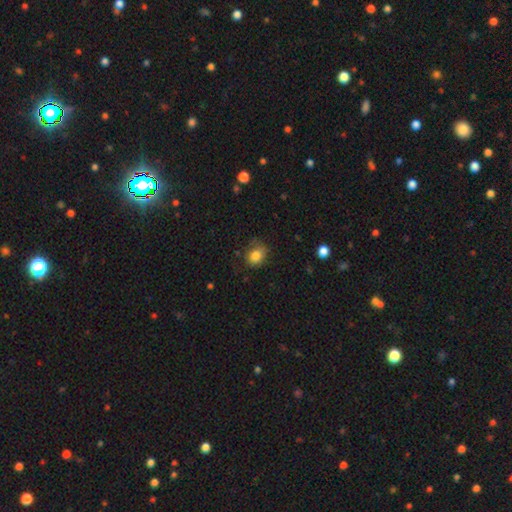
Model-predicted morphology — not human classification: Smooth or featured? Predicted: smooth (p=0.81). How rounded? Predicted: round (p=0.53). Merging? Predicted: none (p=0.60).